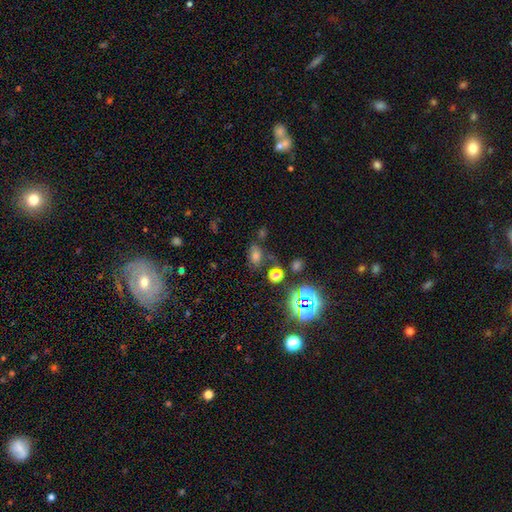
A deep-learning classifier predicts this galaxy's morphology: A smooth galaxy with no disk features (48%). Merging: none (65%).